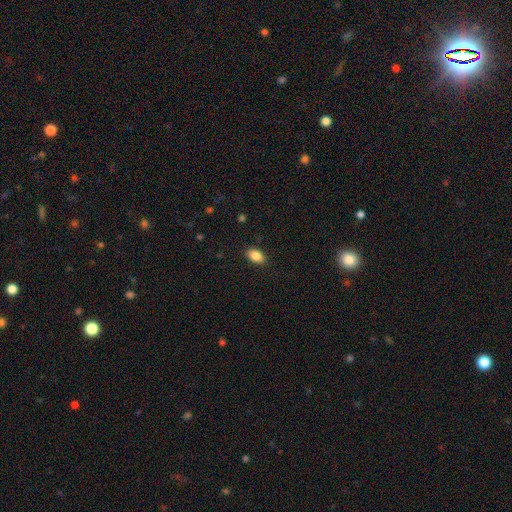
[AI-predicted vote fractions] Smooth or featured?
  - smooth: 87% *
  - star or artifact: 8%
  - featured or disk: 5%
How rounded?
  - in between: 89% *
  - round: 9%
  - cigar-shaped: 2%
Merging?
  - none: 88% *
  - minor disturbance: 9%
  - major disturbance: 2%
  - merger: 1%